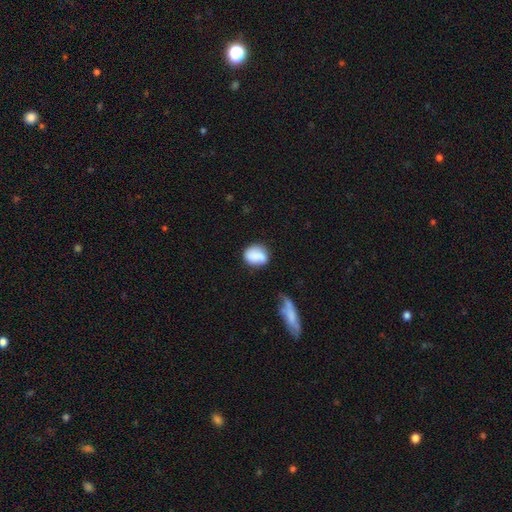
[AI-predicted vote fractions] Morphology: type=smooth (80%); roundness=in between (50%); merging=none (57%).